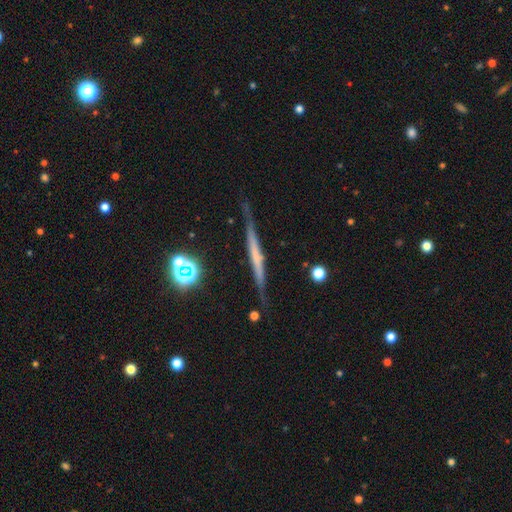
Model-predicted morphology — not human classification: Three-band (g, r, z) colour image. It shows a featured or disk galaxy (61%) viewed edge-on (96%) with no central bulge (73%). Merging: none (80%).